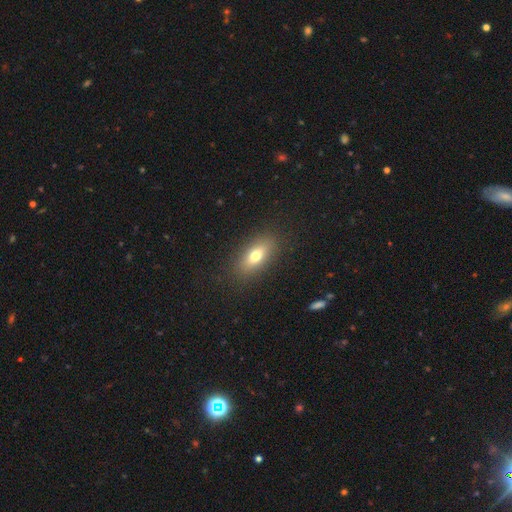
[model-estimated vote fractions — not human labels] Smooth or featured? smooth (71%)
How rounded? in between (77%)
Merging? none (87%)